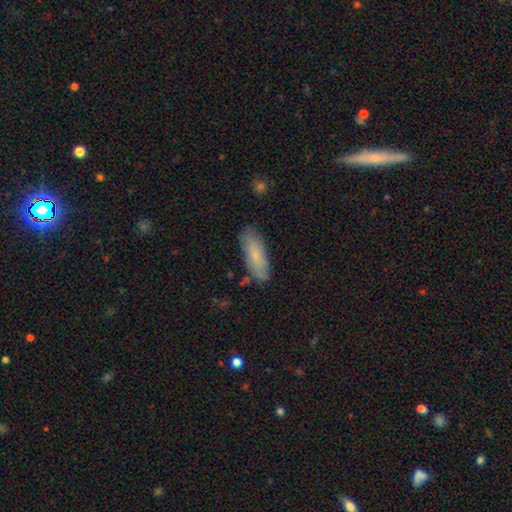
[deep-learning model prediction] Q: Smooth or featured?
A: smooth (74%); runner-up: featured or disk (19%)
Q: How rounded?
A: in between (62%); runner-up: cigar-shaped (36%)
Q: Merging?
A: none (78%); runner-up: minor disturbance (17%)